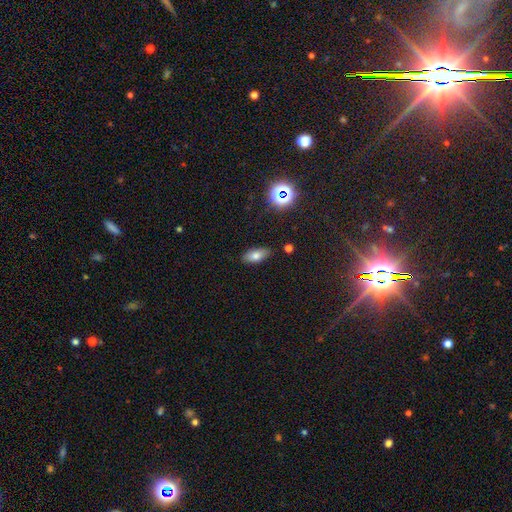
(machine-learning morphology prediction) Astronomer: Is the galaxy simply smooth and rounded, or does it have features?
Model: smooth — 74%.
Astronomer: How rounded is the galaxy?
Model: in between — 85%.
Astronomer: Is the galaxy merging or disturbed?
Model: none — 84%.